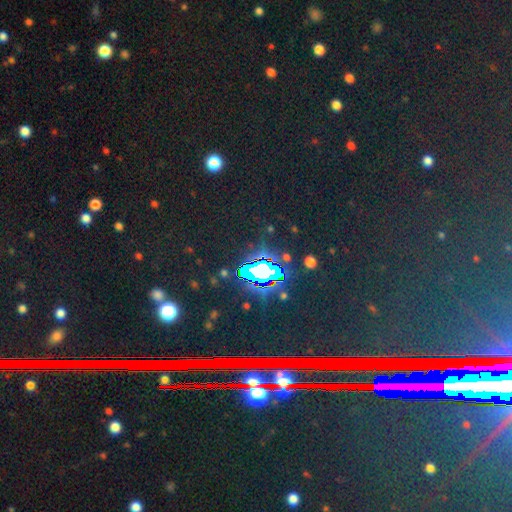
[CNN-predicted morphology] A star or artifact, not a galaxy (83%).